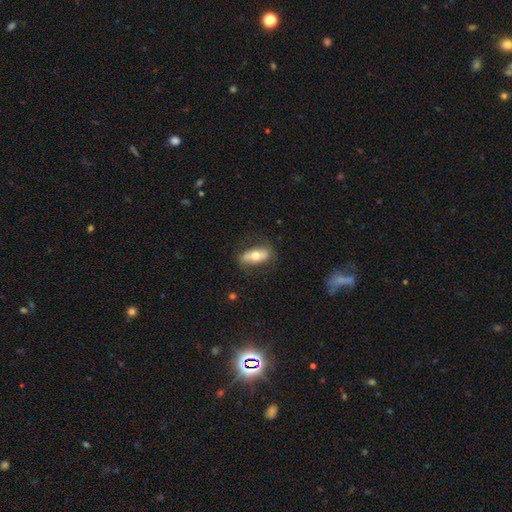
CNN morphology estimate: smooth 55%, featured or disk 38%, star or artifact 6%. Down the decision tree: how rounded — in between (75%); merging — none (76%).